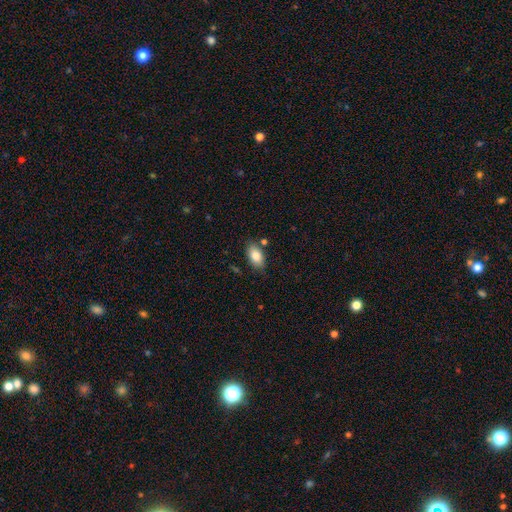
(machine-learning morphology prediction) A smooth galaxy with no disk features (83%) that is in between round and cigar-shaped (92%). Merging: none (79%).